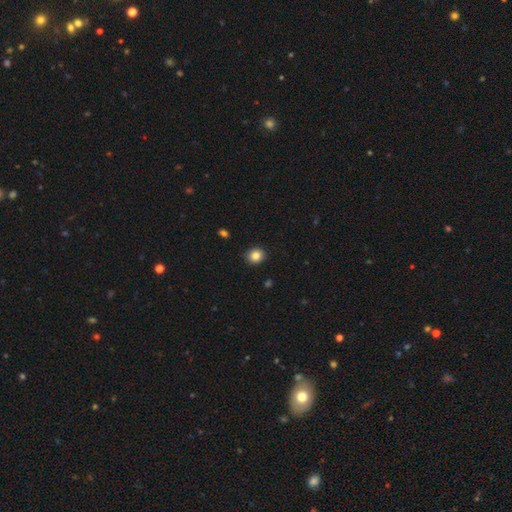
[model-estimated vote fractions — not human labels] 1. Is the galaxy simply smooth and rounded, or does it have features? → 85% smooth, 10% star or artifact, 5% featured or disk.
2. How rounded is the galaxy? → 75% round, 24% in between, 1% cigar-shaped.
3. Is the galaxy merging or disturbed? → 91% none, 6% minor disturbance, 2% major disturbance, 1% merger.